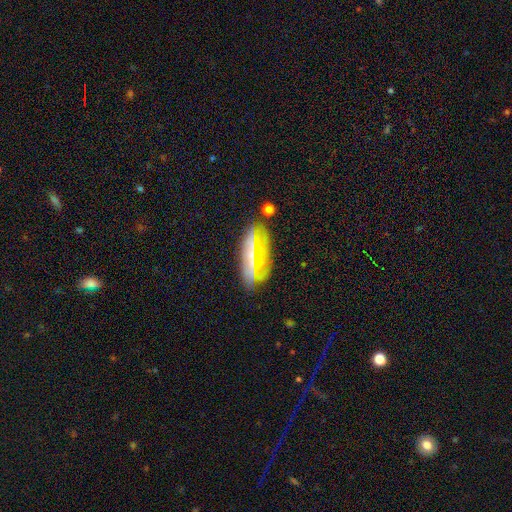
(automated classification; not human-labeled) Smooth or featured? Predicted: smooth (p=0.46). Merging? Predicted: none (p=0.77).